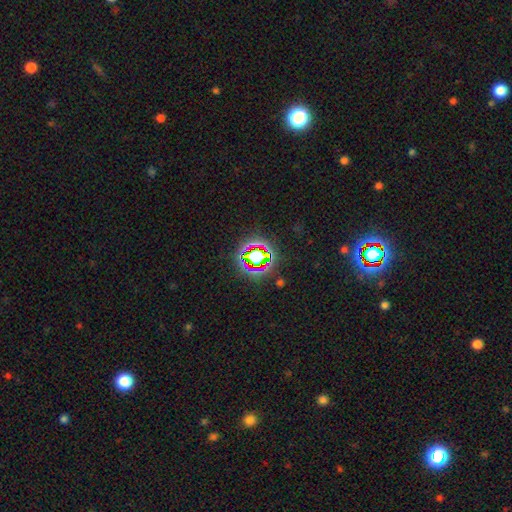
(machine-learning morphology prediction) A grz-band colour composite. It shows a star or artifact, not a galaxy (64%).